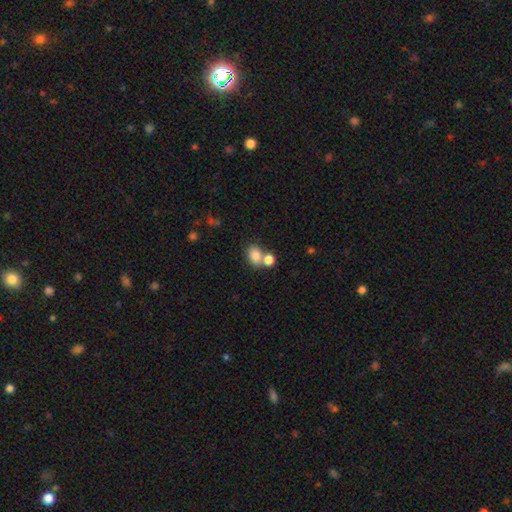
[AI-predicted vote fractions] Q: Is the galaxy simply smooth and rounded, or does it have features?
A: smooth — 81%.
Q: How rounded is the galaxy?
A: in between — 59%.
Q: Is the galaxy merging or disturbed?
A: merger — 44%.